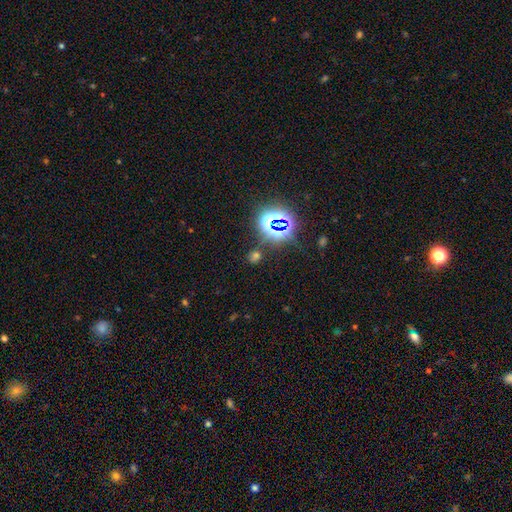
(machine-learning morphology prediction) This appears to be a star or artifact, not a galaxy (47%).